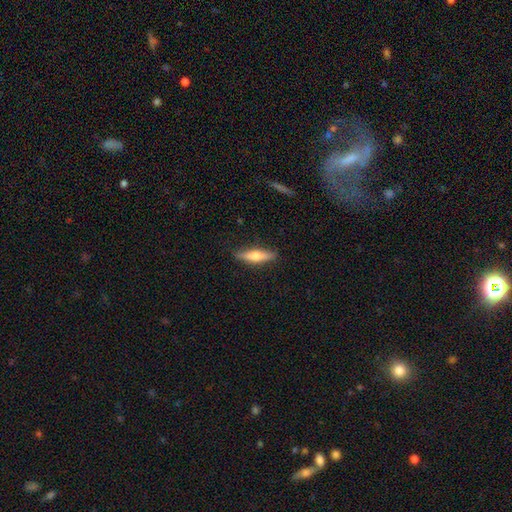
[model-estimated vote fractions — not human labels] A smooth galaxy with no disk features (51%) that is cigar-shaped (74%).

Vote fractions:
- Smooth or featured? smooth: 51% / featured or disk: 43% / star or artifact: 6%
- How rounded? cigar-shaped: 74% / in between: 24% / round: 2%
- Merging? none: 86% / minor disturbance: 10% / major disturbance: 2% / merger: 1%